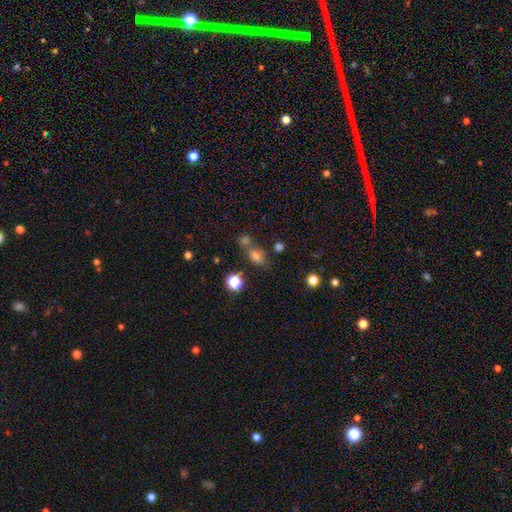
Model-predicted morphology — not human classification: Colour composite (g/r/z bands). It shows a smooth galaxy with no disk features (74%) that is in between round and cigar-shaped (70%). Merging: none (51%).